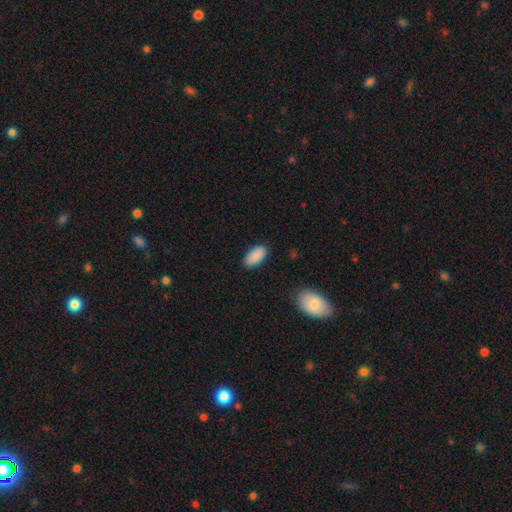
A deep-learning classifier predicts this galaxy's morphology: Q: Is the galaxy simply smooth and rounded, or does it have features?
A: smooth — 89%.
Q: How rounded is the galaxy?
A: in between — 94%.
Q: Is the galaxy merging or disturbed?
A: none — 85%.